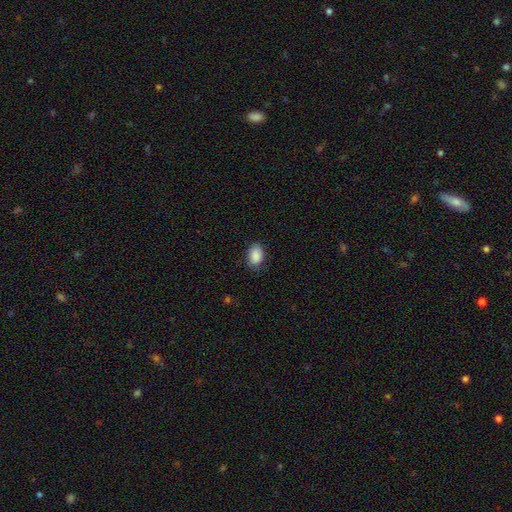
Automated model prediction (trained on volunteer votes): Smooth or featured: smooth — 89% (star or artifact — 7%)
How rounded: in between — 86% (round — 13%)
Merging: none — 80% (minor disturbance — 16%)